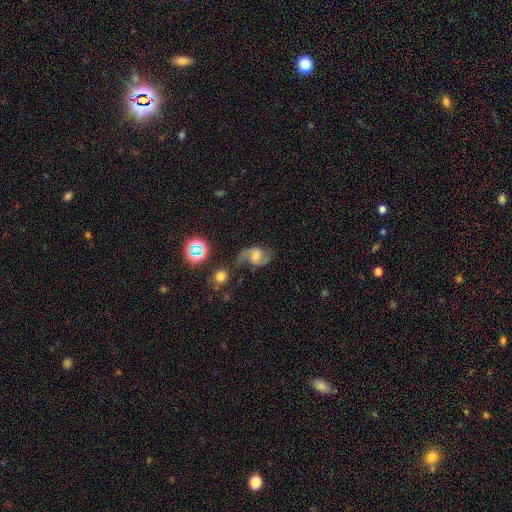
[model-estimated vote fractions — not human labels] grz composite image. It shows a featured or disk galaxy (67%) with a weak bar (47%), 2 (87%) loose (55%) spiral arms (92%) and a moderate central bulge (45%). Merging: none (54%).